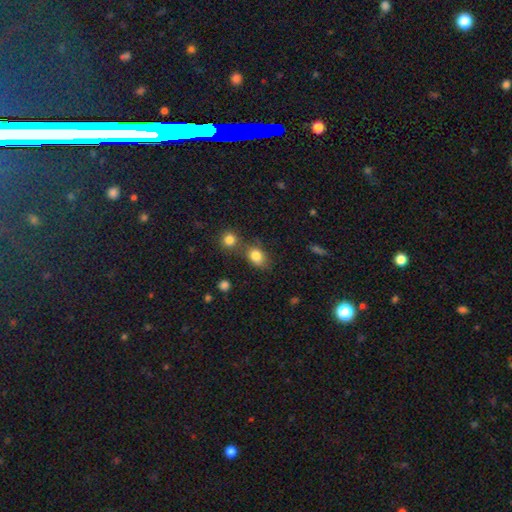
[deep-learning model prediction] This is clearly a smooth galaxy (83%). How rounded: likely in between (61%). Merging: possibly none (59%).